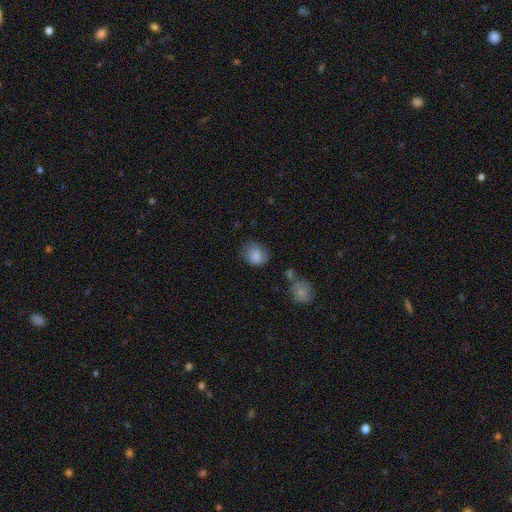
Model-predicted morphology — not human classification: Q: Smooth or featured?
A: smooth (83%); runner-up: featured or disk (9%)
Q: How rounded?
A: round (64%); runner-up: in between (35%)
Q: Merging?
A: none (61%); runner-up: minor disturbance (27%)